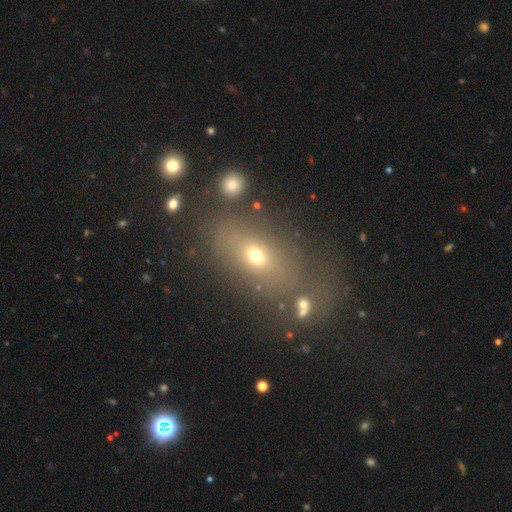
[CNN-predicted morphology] Q: Smooth or featured?
A: smooth (62%); runner-up: star or artifact (19%)
Q: How rounded?
A: in between (73%); runner-up: round (20%)
Q: Merging?
A: none (63%); runner-up: minor disturbance (15%)